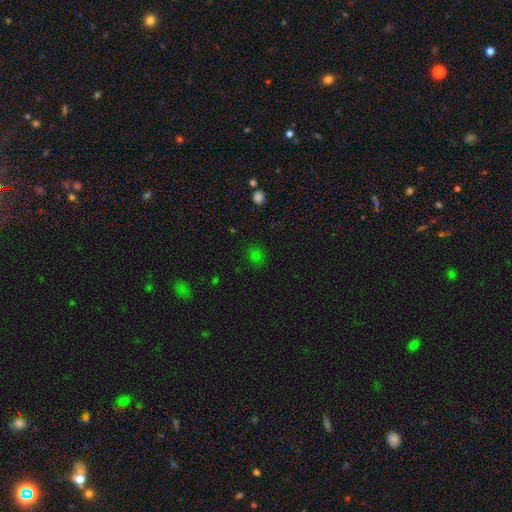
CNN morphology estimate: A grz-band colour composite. It shows a smooth galaxy with no disk features (70%) that is round (76%). Merging: none (83%).